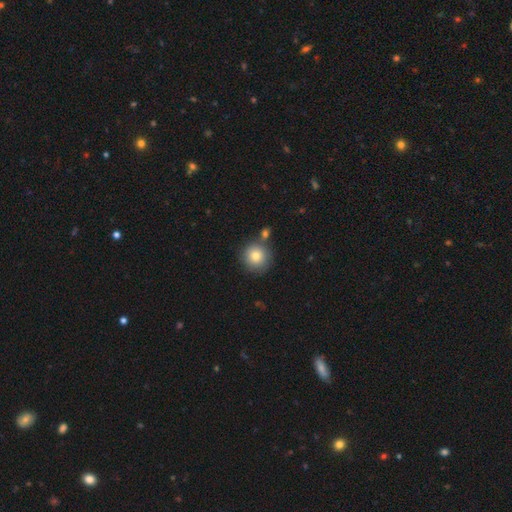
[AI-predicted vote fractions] A smooth galaxy with no disk features (81%) that is round (94%). Merging: none (74%).